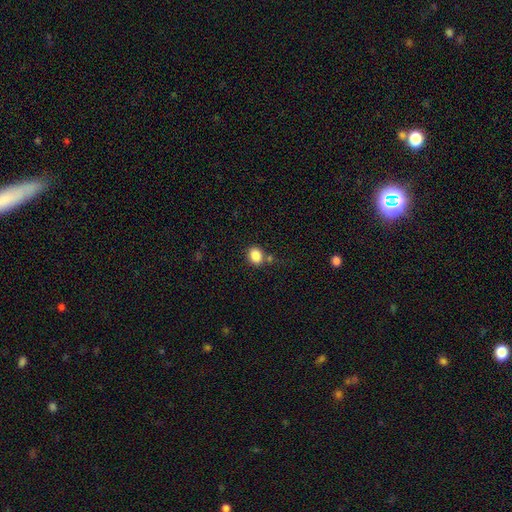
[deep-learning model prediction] smooth 86%, star or artifact 9%, featured or disk 5%. Down the decision tree: how rounded — in between (53%); merging — none (71%).